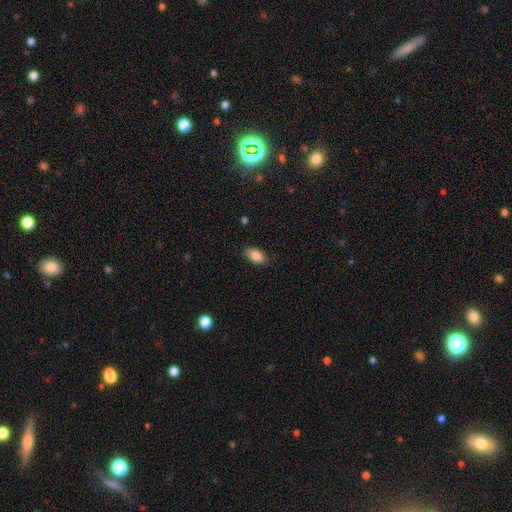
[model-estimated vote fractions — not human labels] Smooth or featured? smooth (85%)
How rounded? in between (92%)
Merging? none (85%)